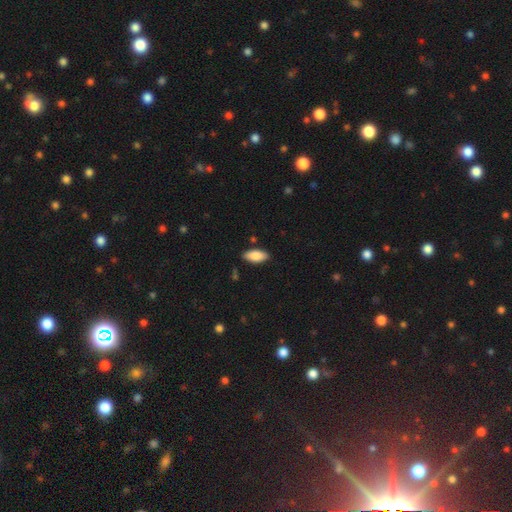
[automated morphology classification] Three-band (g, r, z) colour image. It shows a smooth galaxy with no disk features (83%) that is in between round and cigar-shaped (88%). Merging: none (87%).